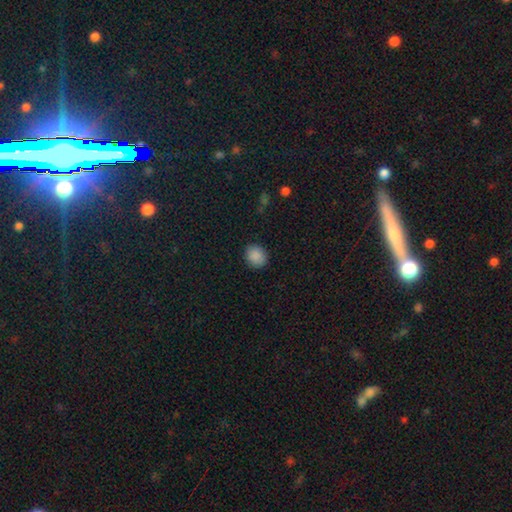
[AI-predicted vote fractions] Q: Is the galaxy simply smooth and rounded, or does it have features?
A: smooth — 88%.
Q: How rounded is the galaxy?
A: round — 79%.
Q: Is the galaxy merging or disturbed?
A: none — 89%.